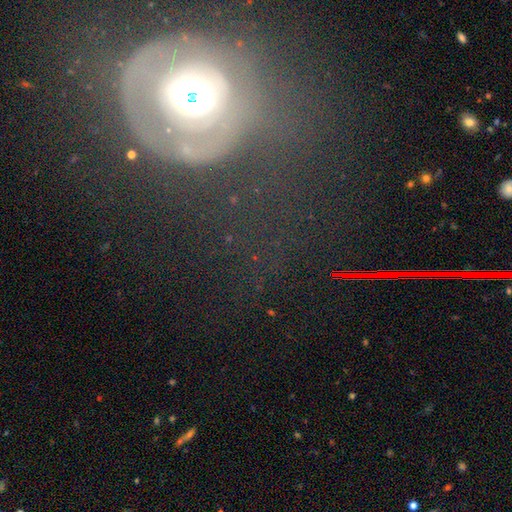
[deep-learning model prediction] Smooth or featured? featured or disk (54%)
Edge-on disk? no (90%)
Merging? none (56%)